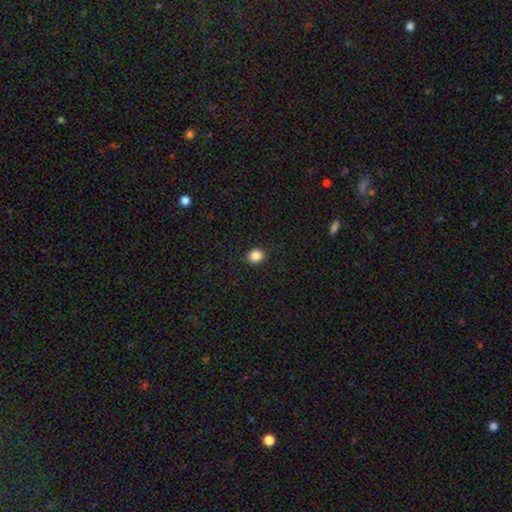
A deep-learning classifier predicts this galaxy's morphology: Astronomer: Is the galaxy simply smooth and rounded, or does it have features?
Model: smooth — 87%.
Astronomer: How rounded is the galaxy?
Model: round — 74%.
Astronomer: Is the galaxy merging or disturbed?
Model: none — 91%.